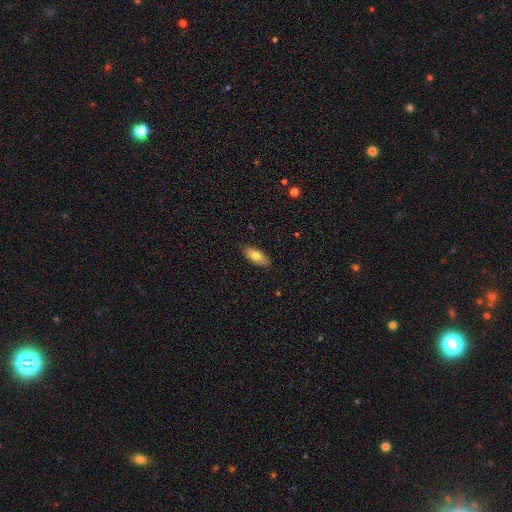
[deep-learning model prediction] Smooth or featured?
  - smooth: 75% *
  - featured or disk: 18%
  - star or artifact: 7%
How rounded?
  - in between: 88% *
  - cigar-shaped: 9%
  - round: 3%
Merging?
  - none: 89% *
  - minor disturbance: 8%
  - major disturbance: 2%
  - merger: 1%